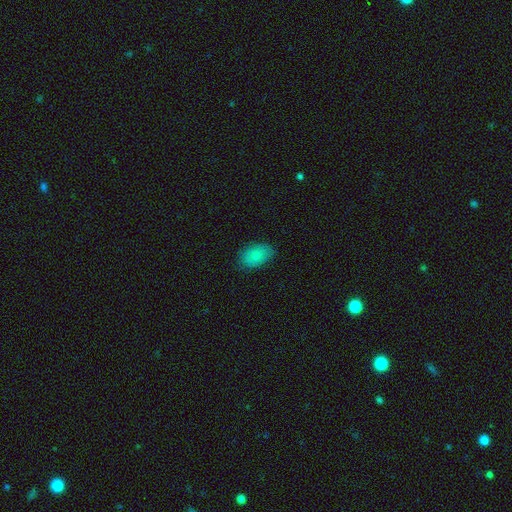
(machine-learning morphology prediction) Q: Smooth or featured?
A: smooth (82%); runner-up: featured or disk (10%)
Q: How rounded?
A: in between (89%); runner-up: round (10%)
Q: Merging?
A: none (79%); runner-up: minor disturbance (16%)